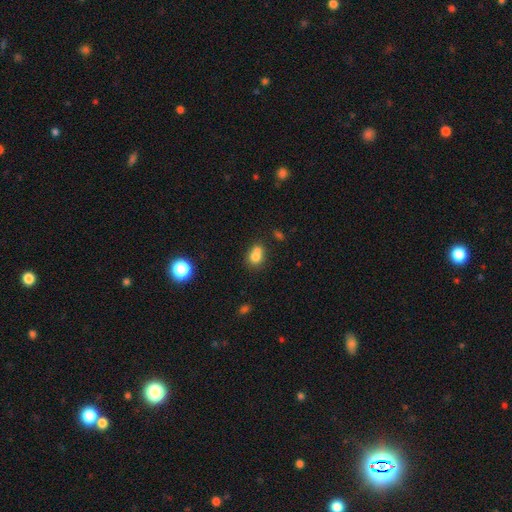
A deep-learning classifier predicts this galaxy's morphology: Smooth or featured?
  - smooth: 74% *
  - featured or disk: 15%
  - star or artifact: 12%
How rounded?
  - round: 60% *
  - in between: 39%
  - cigar-shaped: 1%
Merging?
  - merger: 52% *
  - none: 33%
  - minor disturbance: 11%
  - major disturbance: 5%